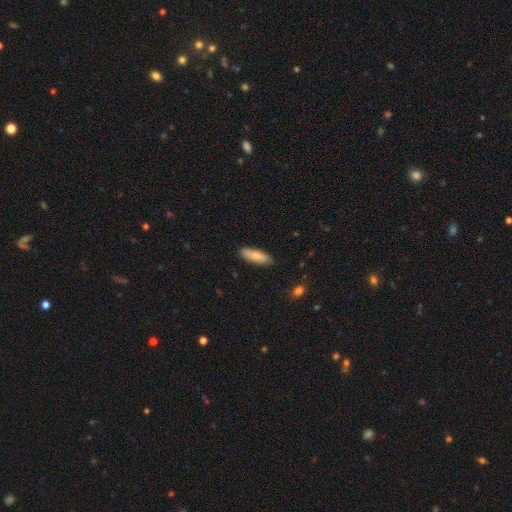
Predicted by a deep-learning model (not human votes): Smooth or featured: smooth — 75% (featured or disk — 19%)
How rounded: in between — 54% (cigar-shaped — 44%)
Merging: none — 86% (minor disturbance — 11%)